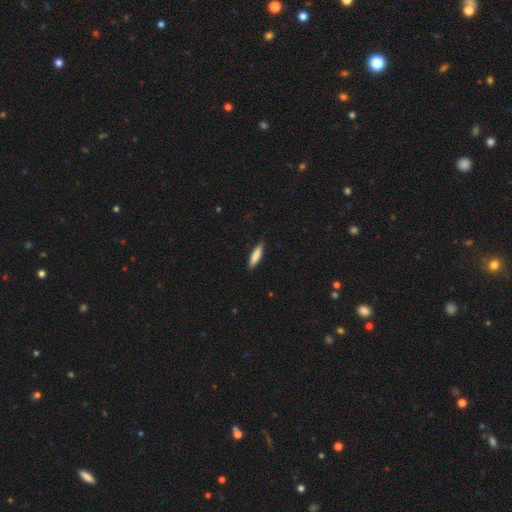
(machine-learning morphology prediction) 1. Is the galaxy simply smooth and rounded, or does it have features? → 85% smooth, 9% featured or disk, 6% star or artifact.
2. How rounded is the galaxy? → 72% cigar-shaped, 26% in between, 1% round.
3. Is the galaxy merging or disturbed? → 89% none, 9% minor disturbance, 2% major disturbance, 1% merger.